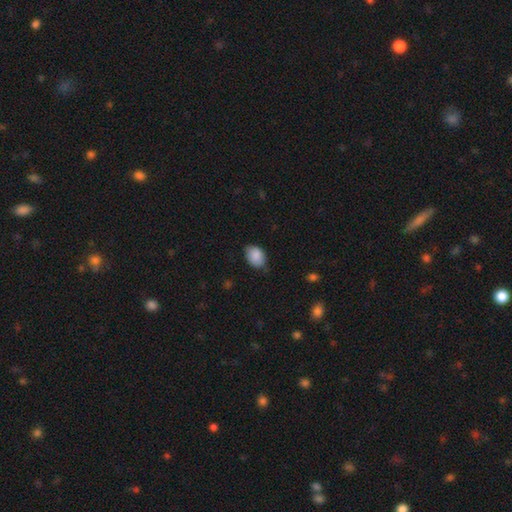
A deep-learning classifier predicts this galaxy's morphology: Overall: smooth (87%). How rounded: in between (77%). Merging: none (70%).